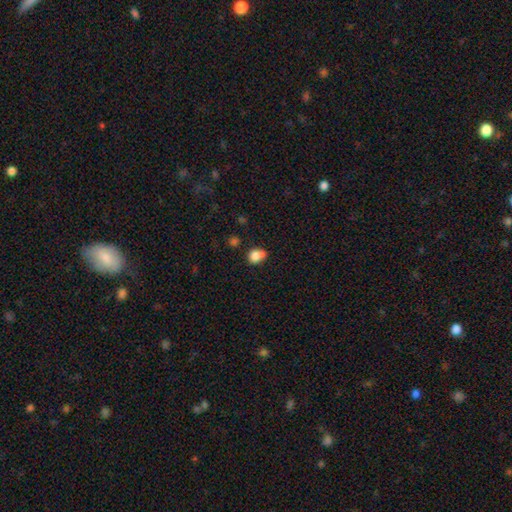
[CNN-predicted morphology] Smooth or featured?
  - smooth: 81% *
  - star or artifact: 11%
  - featured or disk: 8%
How rounded?
  - round: 60% *
  - in between: 39%
  - cigar-shaped: 1%
Merging?
  - none: 49% *
  - minor disturbance: 25%
  - merger: 20%
  - major disturbance: 7%